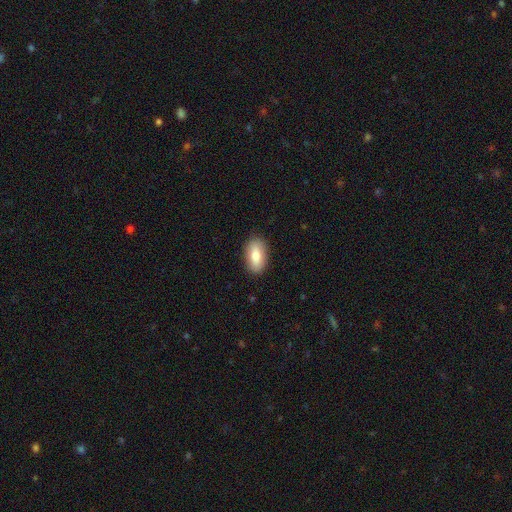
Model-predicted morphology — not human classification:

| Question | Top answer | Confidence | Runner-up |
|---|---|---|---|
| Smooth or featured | smooth | 80% | featured or disk (13%) |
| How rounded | in between | 92% | round (5%) |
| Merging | none | 87% | minor disturbance (9%) |